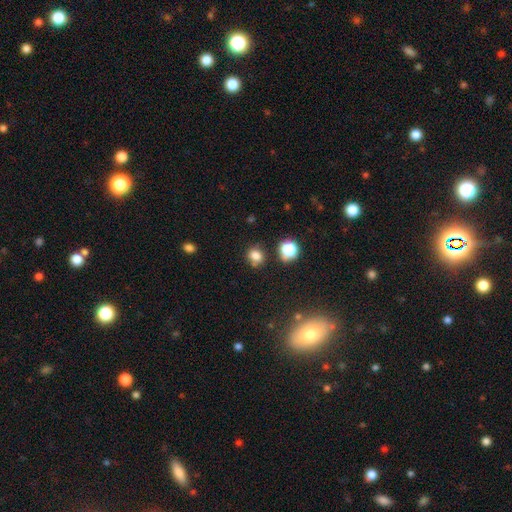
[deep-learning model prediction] smooth-or-featured: smooth: 78% | star or artifact: 15% | featured or disk: 7%
  how-rounded: round: 70% | in between: 29% | cigar-shaped: 1%
  merging: none: 71% | minor disturbance: 15% | merger: 9% | major disturbance: 4%